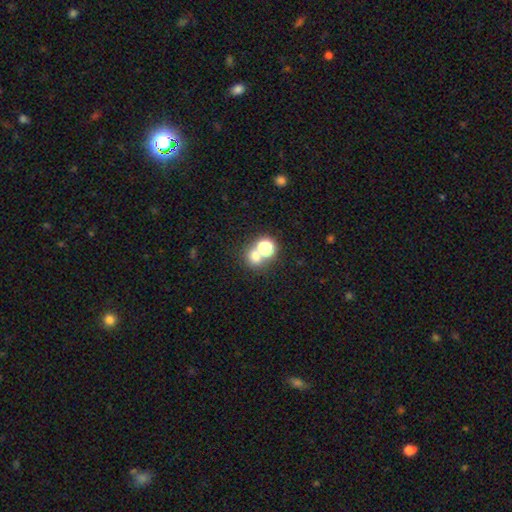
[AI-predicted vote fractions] A smooth galaxy with no disk features (65%) that is round (80%).

Vote fractions:
- Smooth or featured? smooth: 65% / star or artifact: 25% / featured or disk: 10%
- How rounded? round: 80% / in between: 19% / cigar-shaped: 1%
- Merging? none: 52% / merger: 37% / minor disturbance: 7% / major disturbance: 4%